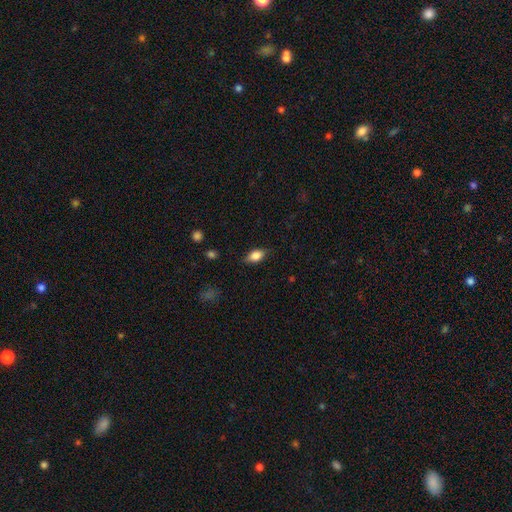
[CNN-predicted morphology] A smooth galaxy with no disk features (80%) that is in between round and cigar-shaped (85%). Merging: none (78%).